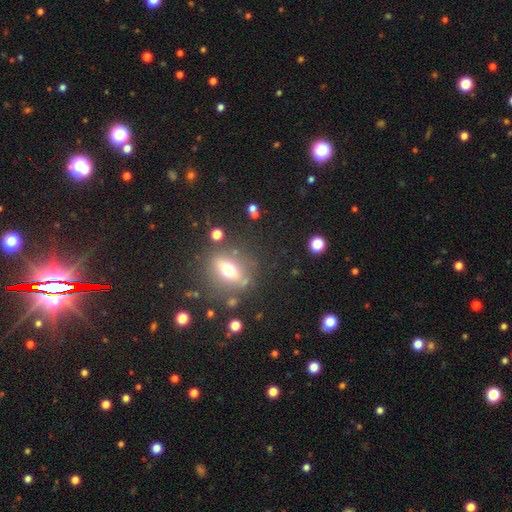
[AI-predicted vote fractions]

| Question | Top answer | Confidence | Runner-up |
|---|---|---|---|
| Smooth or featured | smooth | 38% | featured or disk (37%) |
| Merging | none | 78% | minor disturbance (12%) |